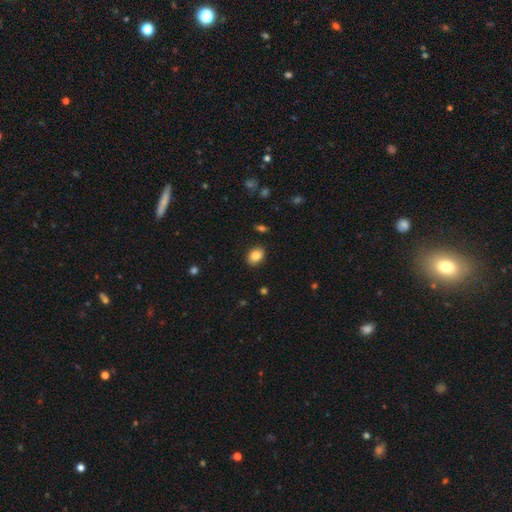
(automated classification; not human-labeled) smooth_or_featured: smooth (p=0.86) [alt: star or artifact p=0.08]
how_rounded: in between (p=0.75) [alt: round p=0.24]
merging: none (p=0.88) [alt: minor disturbance p=0.09]